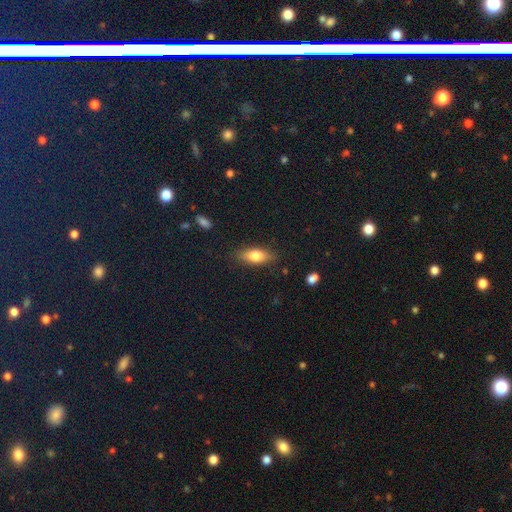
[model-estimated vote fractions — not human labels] smooth_or_featured: smooth (p=0.75) [alt: featured or disk p=0.18]
how_rounded: in between (p=0.74) [alt: cigar-shaped p=0.22]
merging: none (p=0.83) [alt: minor disturbance p=0.12]